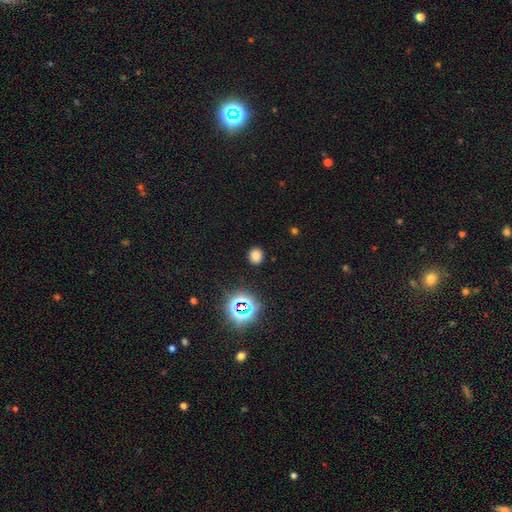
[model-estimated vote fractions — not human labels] This is likely a smooth galaxy (73%). How rounded: likely round (80%). Merging: clearly none (89%).